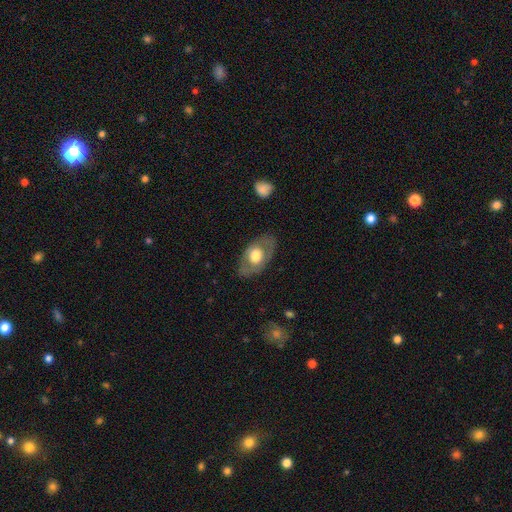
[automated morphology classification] A smooth galaxy with no disk features (52%) that is in between round and cigar-shaped (83%).

Vote fractions:
- Smooth or featured? smooth: 52% / featured or disk: 42% / star or artifact: 6%
- How rounded? in between: 83% / round: 15% / cigar-shaped: 2%
- Merging? none: 76% / minor disturbance: 16% / major disturbance: 7% / merger: 1%